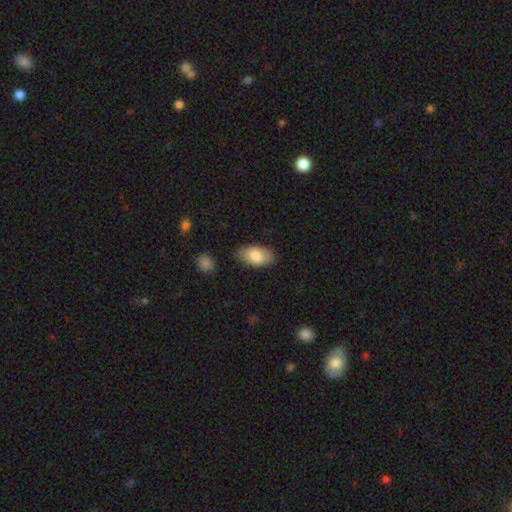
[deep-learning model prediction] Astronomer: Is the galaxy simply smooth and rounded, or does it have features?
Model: smooth — 82%.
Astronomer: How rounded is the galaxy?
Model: in between — 94%.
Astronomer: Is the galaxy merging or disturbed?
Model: none — 78%.